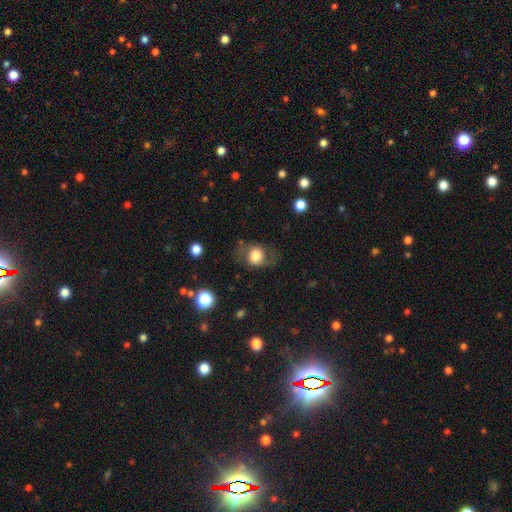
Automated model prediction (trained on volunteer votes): This is likely a smooth galaxy (69%). How rounded: likely round (64%). Merging: likely none (62%).